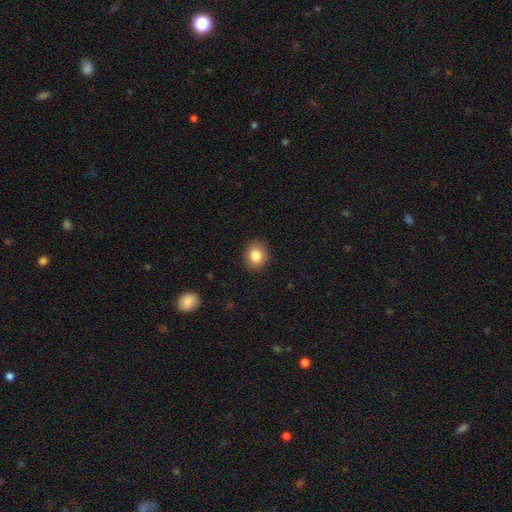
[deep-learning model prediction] This appears to be a smooth galaxy with no disk features (84%) that is round (66%). Merging: none (89%).